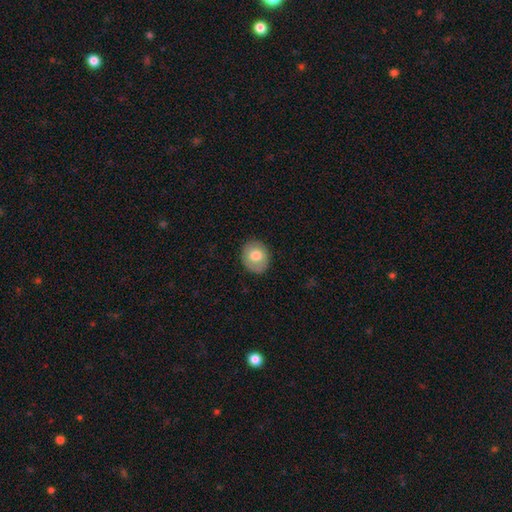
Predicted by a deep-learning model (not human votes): smooth-or-featured: smooth: 76% | featured or disk: 17% | star or artifact: 8%
  how-rounded: round: 67% | in between: 32% | cigar-shaped: 1%
  merging: none: 85% | minor disturbance: 12% | major disturbance: 3% | merger: 1%